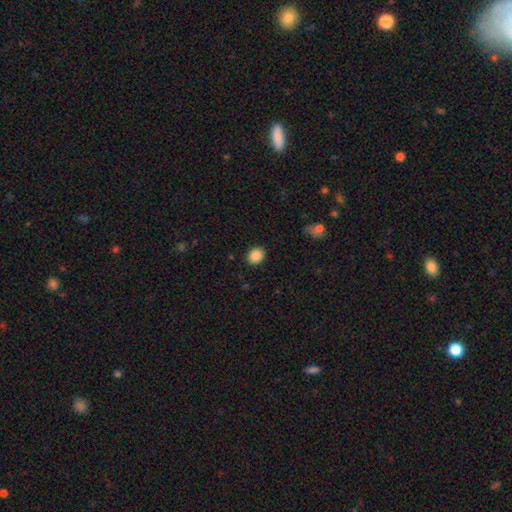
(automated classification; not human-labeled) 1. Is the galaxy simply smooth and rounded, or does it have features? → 88% smooth, 9% star or artifact, 3% featured or disk.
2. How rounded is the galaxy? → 61% round, 38% in between, 1% cigar-shaped.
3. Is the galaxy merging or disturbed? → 90% none, 7% minor disturbance, 2% major disturbance, 1% merger.